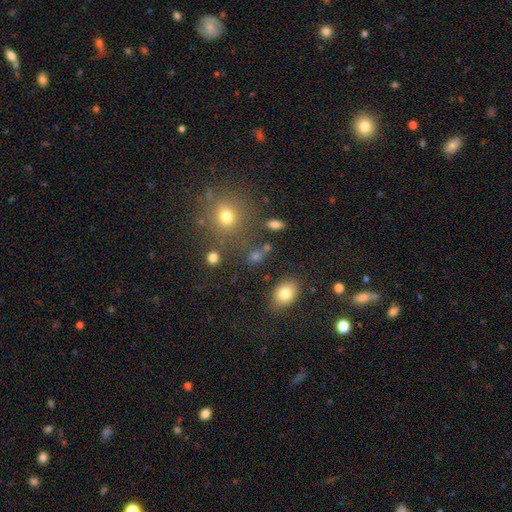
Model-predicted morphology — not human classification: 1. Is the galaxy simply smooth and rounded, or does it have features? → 69% smooth, 21% star or artifact, 10% featured or disk.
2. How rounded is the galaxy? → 57% in between, 40% round, 3% cigar-shaped.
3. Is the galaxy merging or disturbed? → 76% none, 11% minor disturbance, 7% merger, 6% major disturbance.